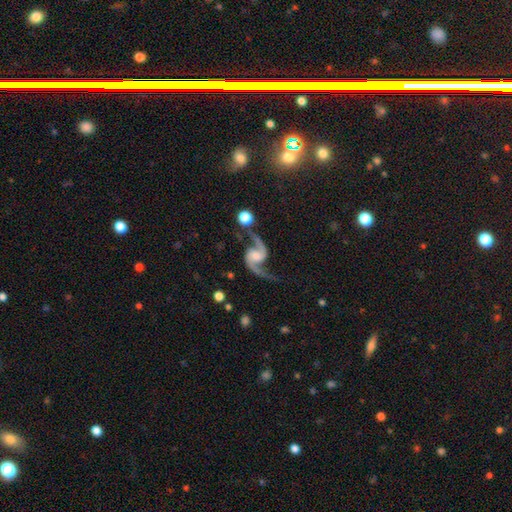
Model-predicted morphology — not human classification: featured or disk 92%, star or artifact 4%, smooth 3%. Down the decision tree: edge-on disk — no (98%); bar — no (57%); spiral arms — yes (98%); spiral arm count — 2 (95%); spiral winding — loose (70%); bulge size — moderate (36%); merging — none (73%).